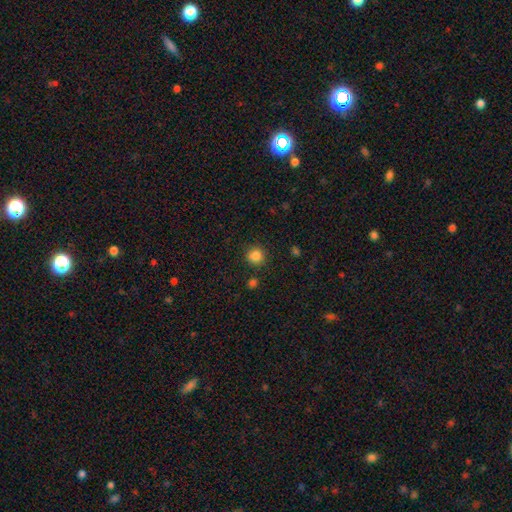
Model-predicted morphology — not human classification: smooth 85%, star or artifact 11%, featured or disk 4%. Down the decision tree: how rounded — round (93%); merging — none (88%).